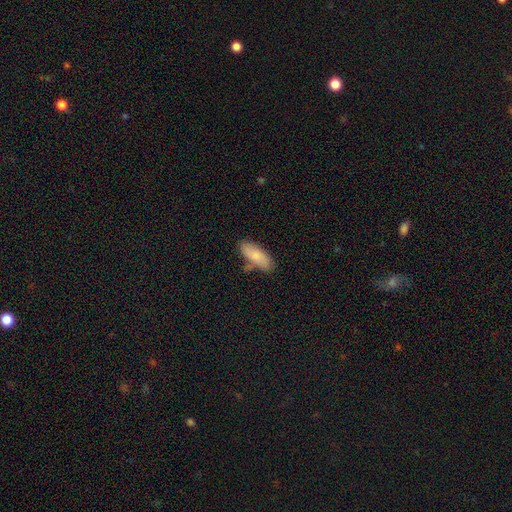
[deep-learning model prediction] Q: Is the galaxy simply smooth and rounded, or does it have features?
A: smooth — 80%.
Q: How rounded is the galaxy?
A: in between — 78%.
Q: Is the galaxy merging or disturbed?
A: none — 67%.